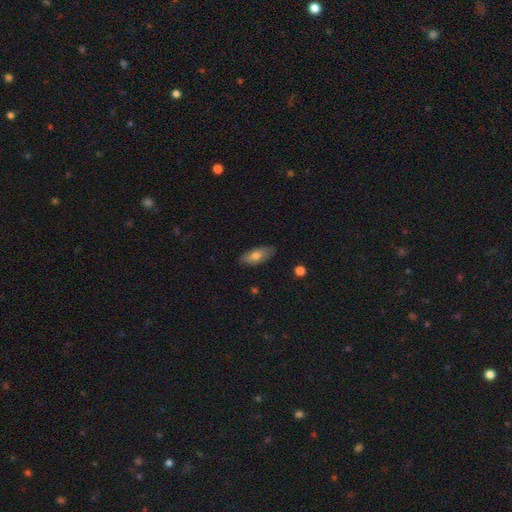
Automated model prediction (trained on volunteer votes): Q: Smooth or featured?
A: smooth (71%); runner-up: featured or disk (22%)
Q: How rounded?
A: in between (82%); runner-up: cigar-shaped (15%)
Q: Merging?
A: none (82%); runner-up: minor disturbance (15%)